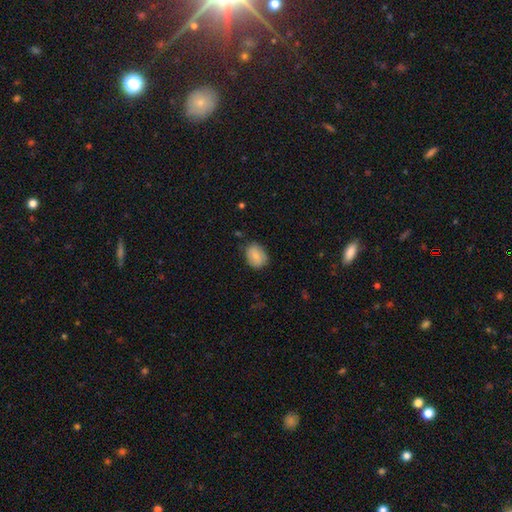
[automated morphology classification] Q: Smooth or featured?
A: smooth (79%); runner-up: featured or disk (13%)
Q: How rounded?
A: in between (64%); runner-up: round (35%)
Q: Merging?
A: none (75%); runner-up: minor disturbance (20%)